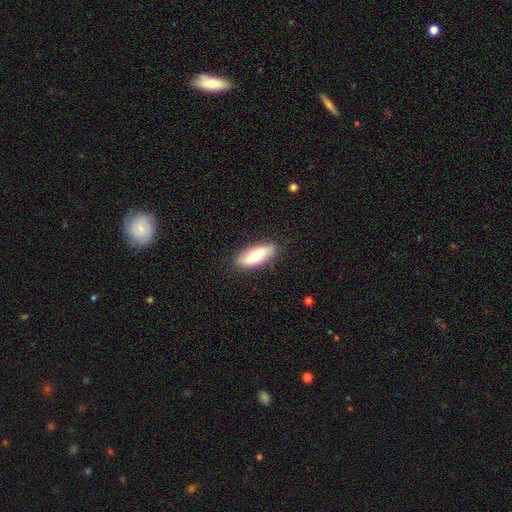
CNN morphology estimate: Overall: smooth (70%). How rounded: in between (71%). Merging: none (85%).